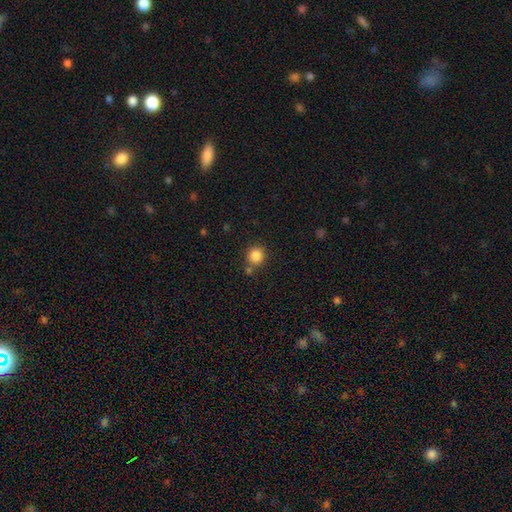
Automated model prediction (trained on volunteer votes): The model was most divided on "merging": none: 75%, merger: 13%, minor disturbance: 9%, major disturbance: 3%. More confident: how rounded — round (92%); smooth or featured — smooth (85%).